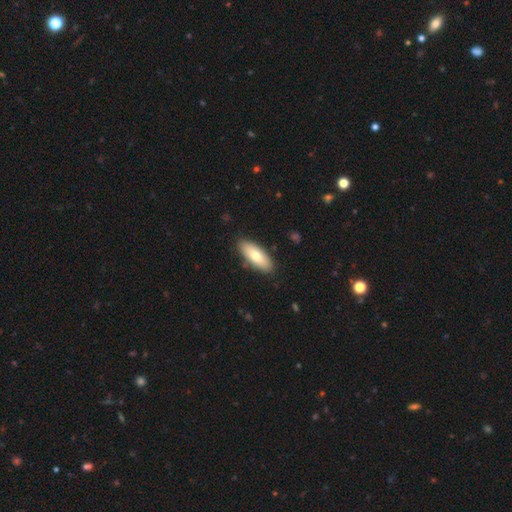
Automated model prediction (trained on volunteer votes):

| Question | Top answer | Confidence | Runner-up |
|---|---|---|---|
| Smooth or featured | smooth | 74% | featured or disk (20%) |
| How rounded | in between | 78% | cigar-shaped (20%) |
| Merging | none | 87% | minor disturbance (10%) |